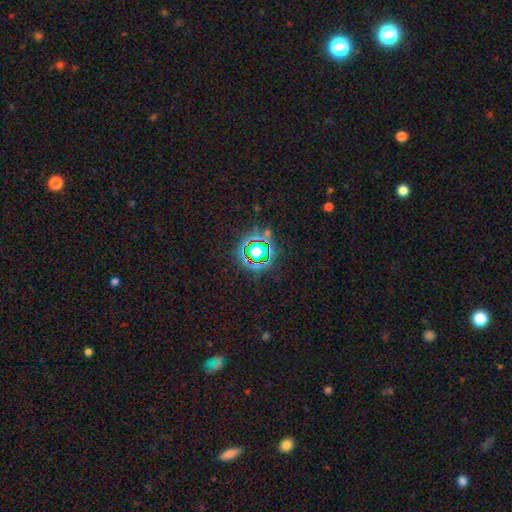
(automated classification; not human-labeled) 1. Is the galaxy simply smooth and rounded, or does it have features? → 66% star or artifact, 23% smooth, 11% featured or disk.